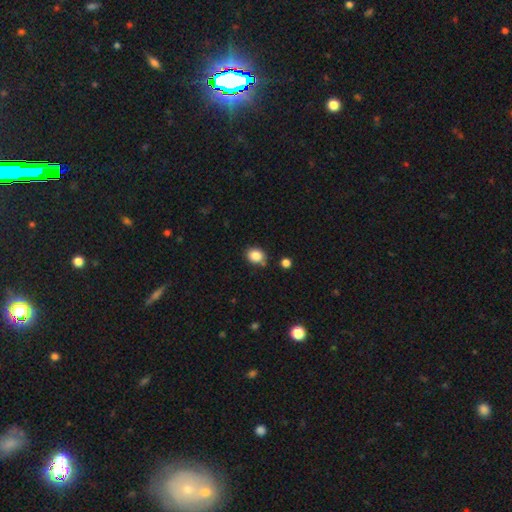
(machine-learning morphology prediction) This is clearly a smooth galaxy (85%). How rounded: possibly round (56%). Merging: likely none (74%).